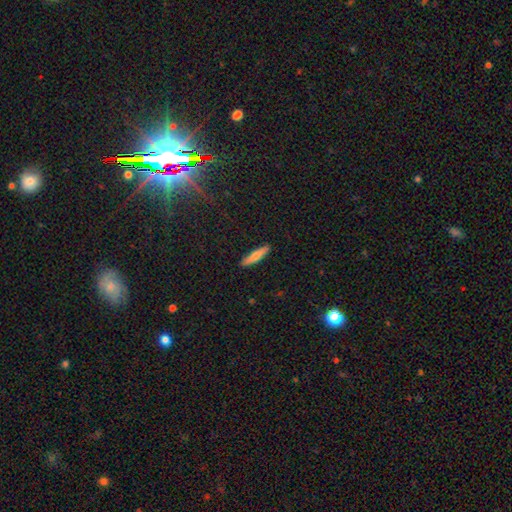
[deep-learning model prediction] Smooth or featured? smooth (72%)
How rounded? cigar-shaped (85%)
Merging? none (90%)